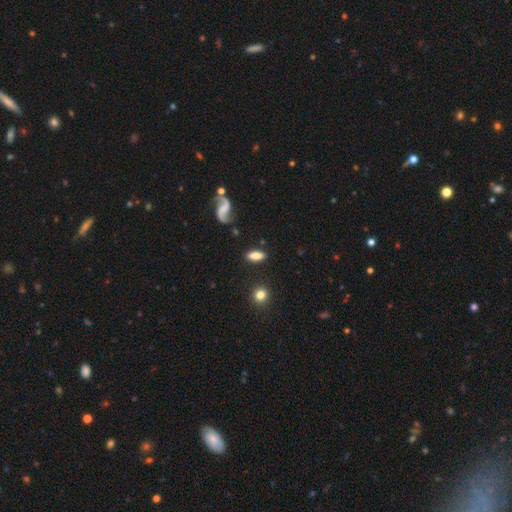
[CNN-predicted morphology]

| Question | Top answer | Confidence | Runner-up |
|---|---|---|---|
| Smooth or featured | smooth | 74% | featured or disk (18%) |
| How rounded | in between | 79% | cigar-shaped (16%) |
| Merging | none | 81% | minor disturbance (12%) |